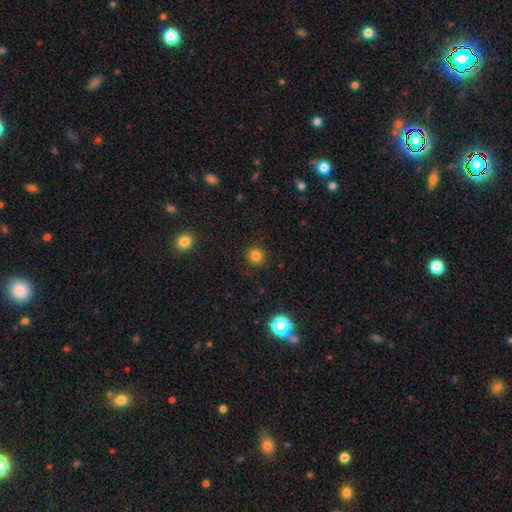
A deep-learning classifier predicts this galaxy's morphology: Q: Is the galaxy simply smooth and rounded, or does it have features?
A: smooth — 82%.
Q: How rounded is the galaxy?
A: round — 94%.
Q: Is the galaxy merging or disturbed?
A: none — 91%.